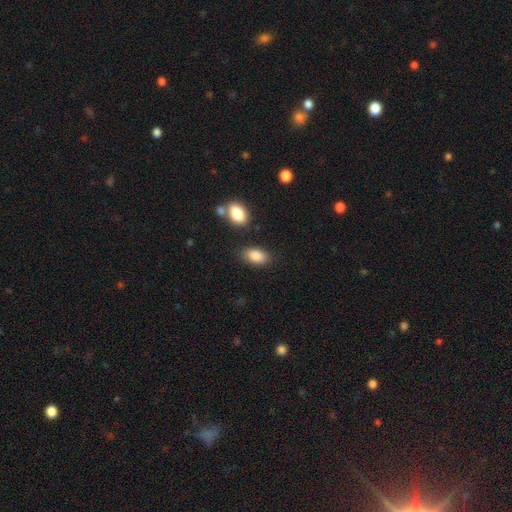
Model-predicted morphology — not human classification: smooth_or_featured: smooth (p=0.87) [alt: star or artifact p=0.08]
how_rounded: in between (p=0.90) [alt: round p=0.08]
merging: none (p=0.77) [alt: minor disturbance p=0.14]